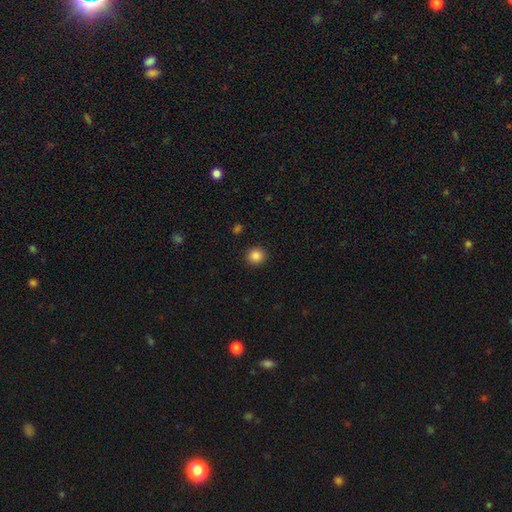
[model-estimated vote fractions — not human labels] smooth_or_featured: smooth (p=0.86) [alt: star or artifact p=0.10]
how_rounded: round (p=0.89) [alt: in between p=0.10]
merging: none (p=0.92) [alt: minor disturbance p=0.05]